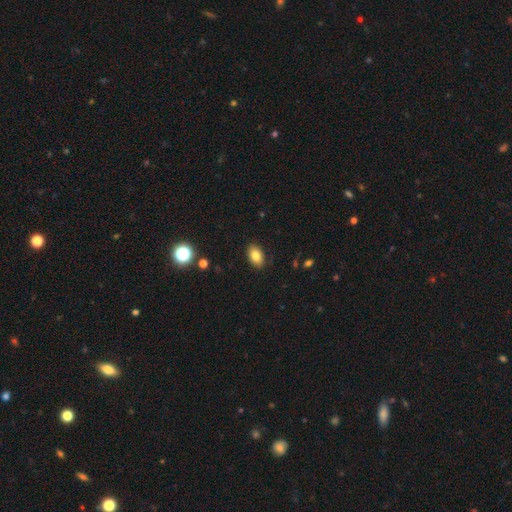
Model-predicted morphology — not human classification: smooth 81%, star or artifact 10%, featured or disk 9%. Down the decision tree: how rounded — in between (88%); merging — none (88%).